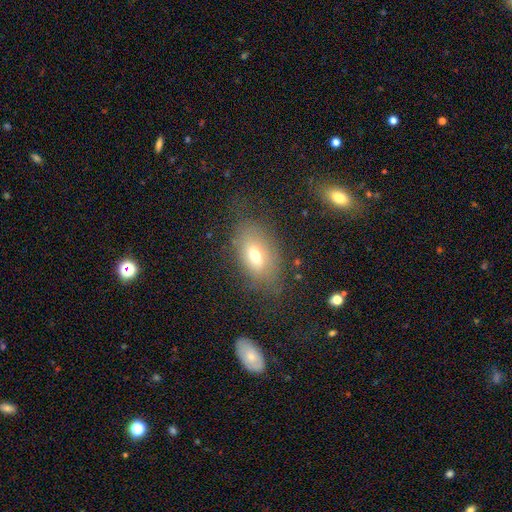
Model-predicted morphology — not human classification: Smooth or featured?
  - smooth: 66% *
  - featured or disk: 22%
  - star or artifact: 12%
How rounded?
  - in between: 86% *
  - round: 10%
  - cigar-shaped: 4%
Merging?
  - none: 67% *
  - minor disturbance: 20%
  - major disturbance: 11%
  - merger: 2%